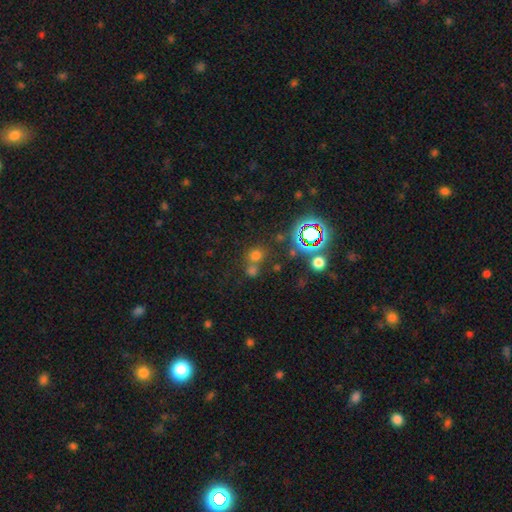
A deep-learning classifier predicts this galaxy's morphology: type=smooth (58%); roundness=round (83%); merging=none (57%).